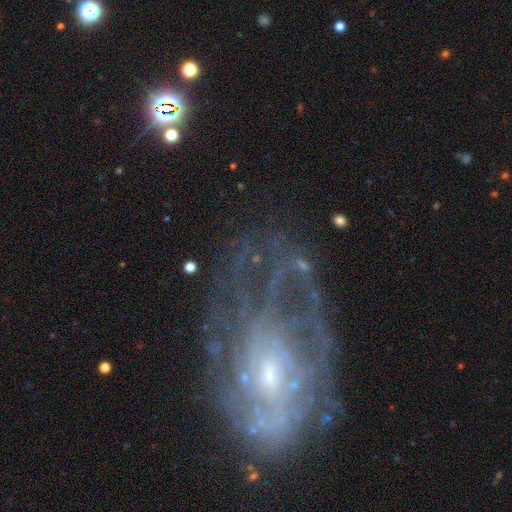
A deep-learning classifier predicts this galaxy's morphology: Smooth or featured?
  - featured or disk: 77% *
  - smooth: 12%
  - star or artifact: 11%
Edge-on disk?
  - no: 95% *
  - yes: 5%
Bar?
  - no: 62% *
  - weak: 31%
  - strong: 7%
Spiral arms?
  - yes: 78% *
  - no: 22%
Spiral winding?
  - tight: 58% *
  - medium: 29%
  - loose: 13%
Spiral arm count?
  - can't tell: 57% *
  - 2: 13%
  - 3: 9%
  - 4: 8%
  - more than 4: 7%
  - 1: 6%
Bulge size?
  - small: 61% *
  - moderate: 31%
  - none: 5%
  - large: 2%
  - dominant: 1%
Merging?
  - none: 58% *
  - minor disturbance: 20%
  - major disturbance: 19%
  - merger: 3%